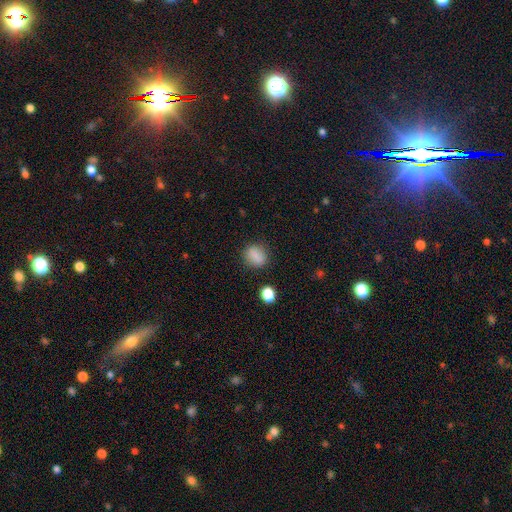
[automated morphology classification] Q: Smooth or featured?
A: smooth (82%); runner-up: star or artifact (10%)
Q: How rounded?
A: round (51%); runner-up: in between (45%)
Q: Merging?
A: none (81%); runner-up: minor disturbance (11%)